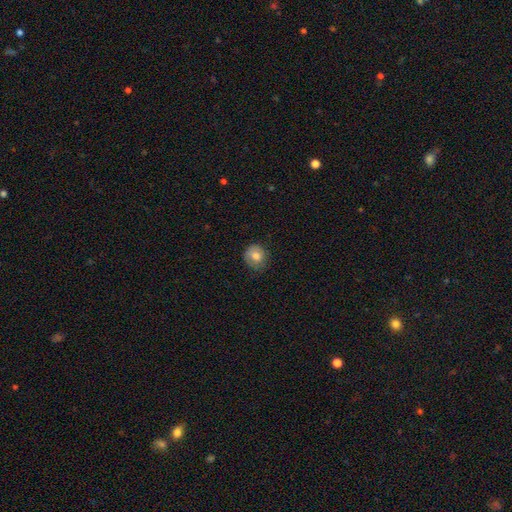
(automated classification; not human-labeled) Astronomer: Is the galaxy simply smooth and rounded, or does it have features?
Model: smooth — 77%.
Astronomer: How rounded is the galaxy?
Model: round — 81%.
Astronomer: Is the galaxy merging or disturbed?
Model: none — 72%.